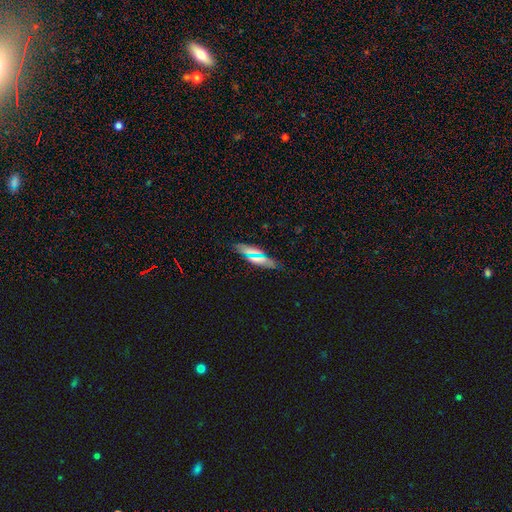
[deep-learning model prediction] smooth_or_featured: smooth (p=0.63) [alt: featured or disk p=0.21]
how_rounded: in between (p=0.51) [alt: cigar-shaped p=0.44]
merging: none (p=0.83) [alt: minor disturbance p=0.12]